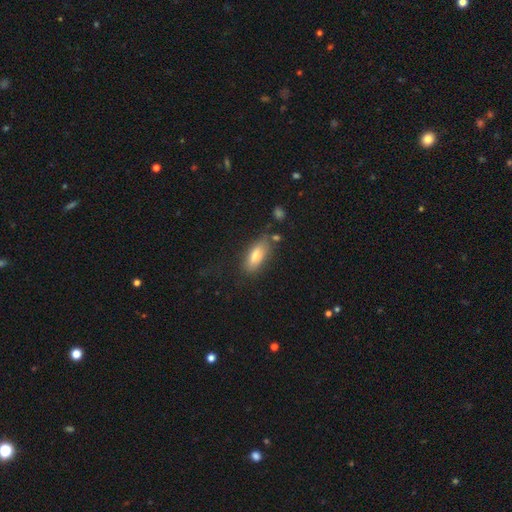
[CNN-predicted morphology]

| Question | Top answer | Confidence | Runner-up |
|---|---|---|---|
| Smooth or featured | smooth | 75% | featured or disk (18%) |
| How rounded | in between | 77% | cigar-shaped (20%) |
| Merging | none | 70% | minor disturbance (19%) |